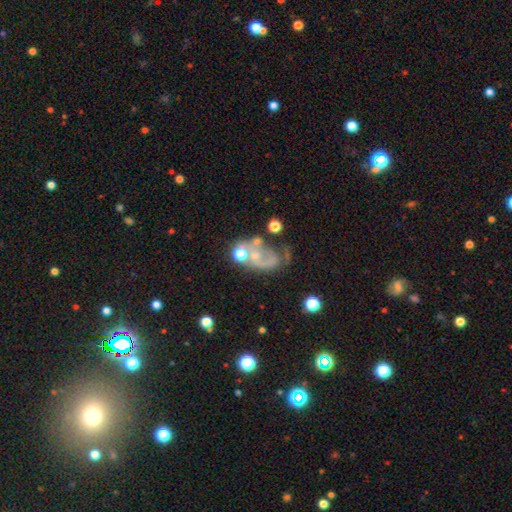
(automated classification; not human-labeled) This appears to be a featured or disk galaxy (54%) with no bar (83%), no spiral arms (60%) and a small central bulge (41%). Merging: major disturbance (34%).